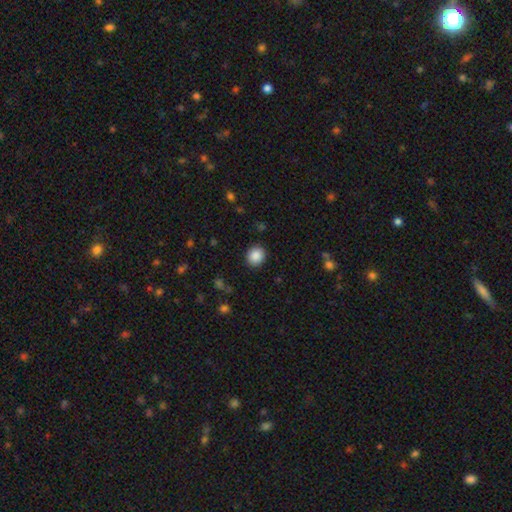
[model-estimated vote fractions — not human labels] smooth-or-featured: smooth: 88% | star or artifact: 9% | featured or disk: 4%
  how-rounded: round: 80% | in between: 19% | cigar-shaped: 1%
  merging: none: 90% | minor disturbance: 7% | major disturbance: 2% | merger: 1%